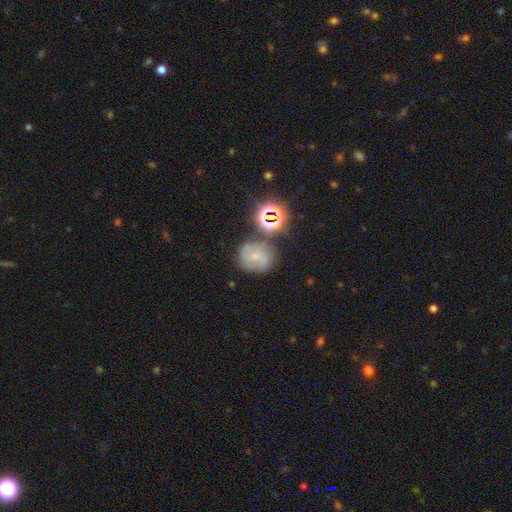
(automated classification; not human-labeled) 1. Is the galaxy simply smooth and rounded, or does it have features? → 41% featured or disk, 37% smooth, 22% star or artifact.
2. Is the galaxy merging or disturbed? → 64% none, 18% minor disturbance, 12% merger, 7% major disturbance.